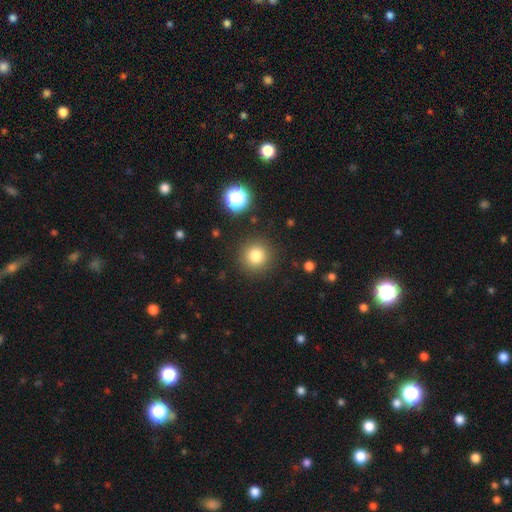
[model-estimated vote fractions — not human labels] This is likely a smooth galaxy (80%). How rounded: clearly round (94%). Merging: clearly none (89%).